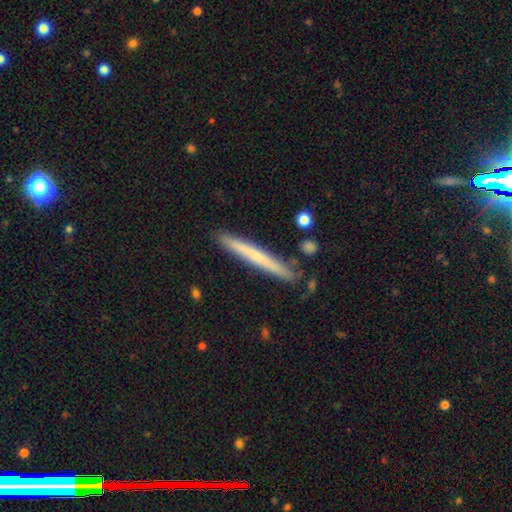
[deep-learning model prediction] smooth_or_featured: smooth (p=0.55) [alt: featured or disk p=0.39]
how_rounded: cigar-shaped (p=0.97) [alt: in between p=0.02]
merging: none (p=0.86) [alt: minor disturbance p=0.10]